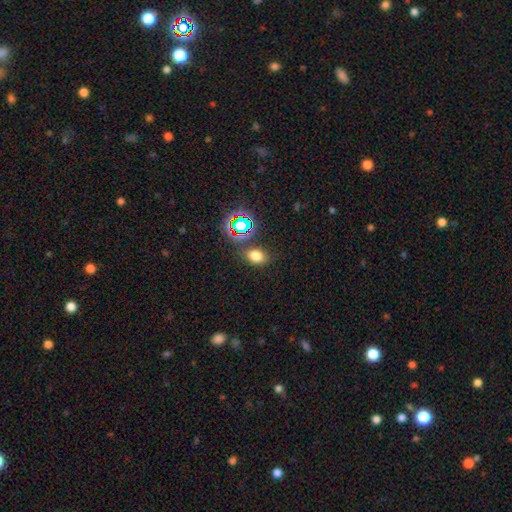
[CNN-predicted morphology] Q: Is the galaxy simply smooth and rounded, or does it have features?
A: smooth — 69%.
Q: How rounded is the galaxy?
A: in between — 74%.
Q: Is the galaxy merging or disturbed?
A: none — 77%.